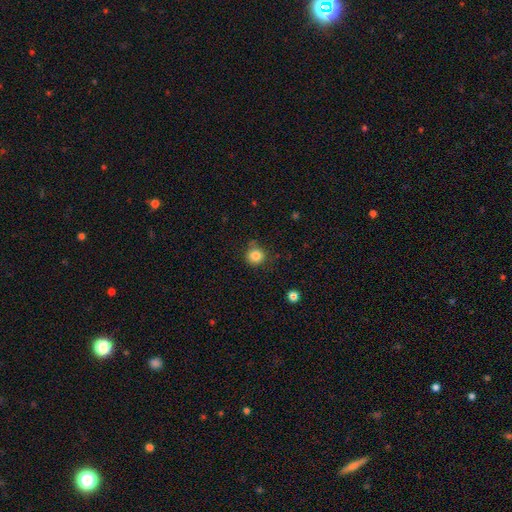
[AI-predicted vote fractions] Q: Smooth or featured?
A: smooth (83%); runner-up: star or artifact (11%)
Q: How rounded?
A: round (91%); runner-up: in between (8%)
Q: Merging?
A: none (78%); runner-up: minor disturbance (15%)